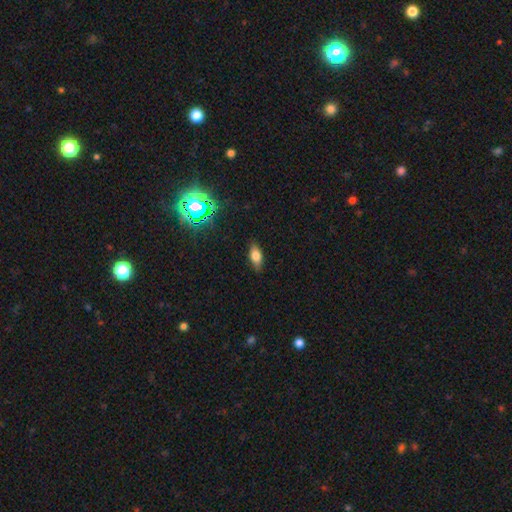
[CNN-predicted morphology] A smooth galaxy with no disk features (68%) that is in between round and cigar-shaped (82%).

Vote fractions:
- Smooth or featured? smooth: 68% / featured or disk: 19% / star or artifact: 13%
- How rounded? in between: 82% / cigar-shaped: 13% / round: 5%
- Merging? none: 84% / minor disturbance: 12% / major disturbance: 3% / merger: 1%